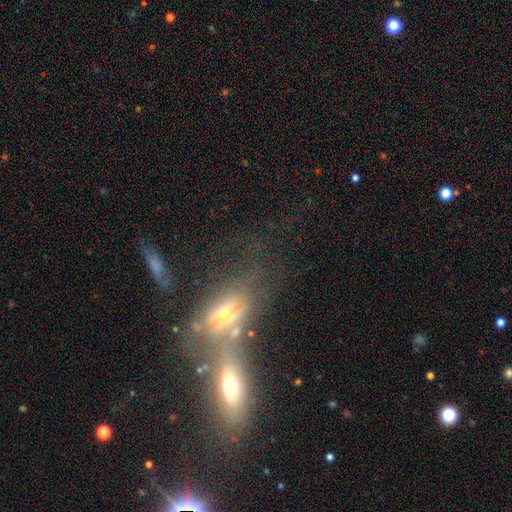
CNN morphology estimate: The model was most divided on "smooth or featured": smooth: 40%, featured or disk: 39%, star or artifact: 21%. More confident: merging — merger (56%).